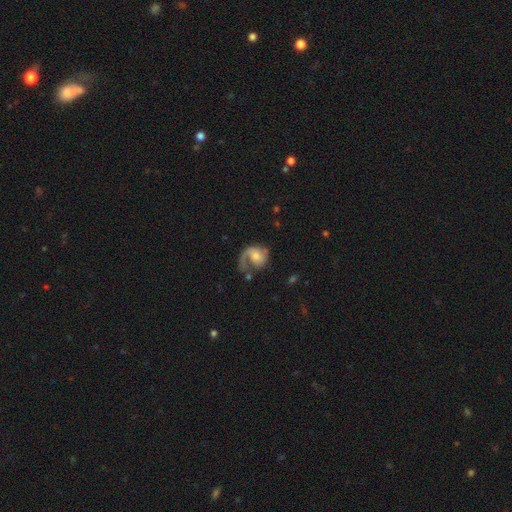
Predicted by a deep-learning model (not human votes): This appears to be a featured or disk galaxy (69%) with no bar (70%), 1 (77%) loose (43%) spiral arms (89%) and a moderate central bulge (45%). Merging: none (39%).